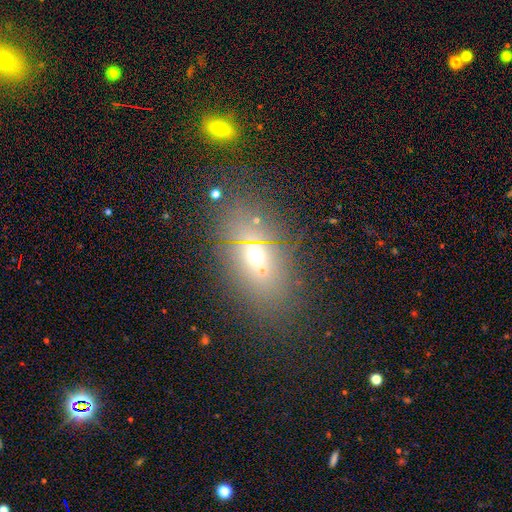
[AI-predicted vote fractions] This appears to be a smooth galaxy with no disk features (43%). Merging: none (67%).